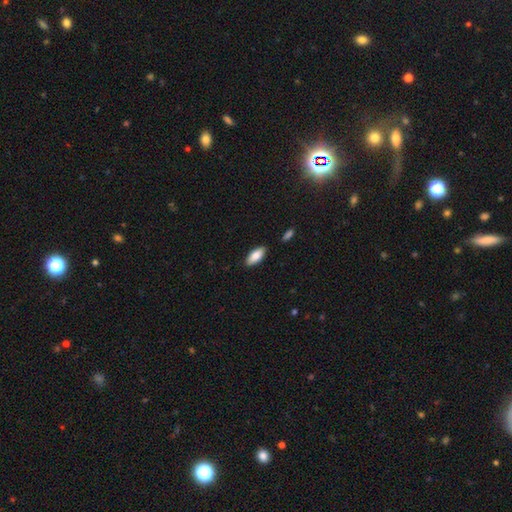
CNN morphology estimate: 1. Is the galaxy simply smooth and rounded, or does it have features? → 83% smooth, 11% featured or disk, 6% star or artifact.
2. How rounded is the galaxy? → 83% in between, 16% cigar-shaped, 2% round.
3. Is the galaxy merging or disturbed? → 87% none, 9% minor disturbance, 2% merger, 2% major disturbance.